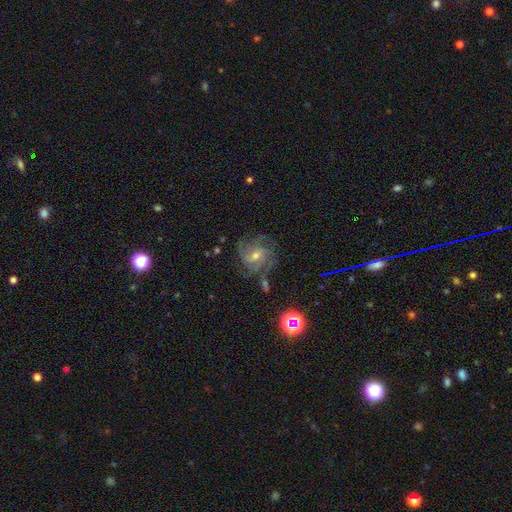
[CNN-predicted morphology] The model was most divided on "spiral arm count": 3: 27%, 4: 25%, can't tell: 23%, 2: 11%, more than 4: 8%, 1: 6%. Remaining: edge-on disk — no (97%); spiral arms — yes (96%); smooth or featured — featured or disk (78%); merging — none (73%); spiral winding — tight (50%); bulge size — small (50%); bar — no (48%).